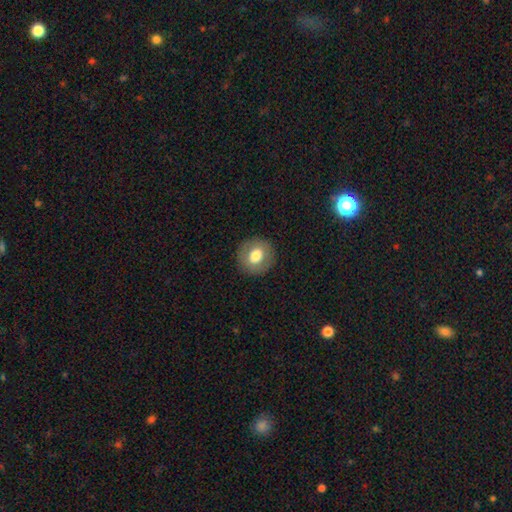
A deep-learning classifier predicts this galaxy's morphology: This appears to be a smooth galaxy with no disk features (72%) that is round (85%). Merging: none (89%).